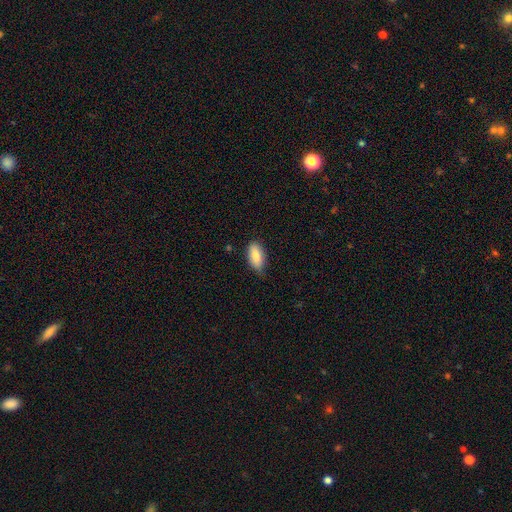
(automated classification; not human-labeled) The model was most divided on "merging": none: 73%, minor disturbance: 23%, major disturbance: 3%, merger: 1%. More confident: how rounded — in between (90%); smooth or featured — smooth (84%).